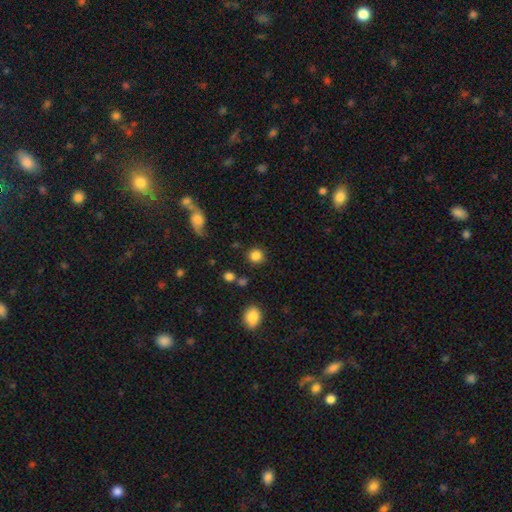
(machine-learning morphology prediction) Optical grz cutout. It shows a smooth galaxy with no disk features (84%) that is round (90%). Merging: none (85%).